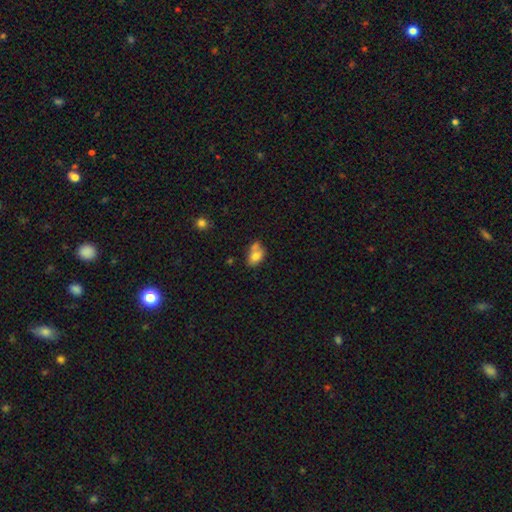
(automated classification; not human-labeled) A smooth galaxy with no disk features (74%) that is in between round and cigar-shaped (81%). Merging: none (39%).